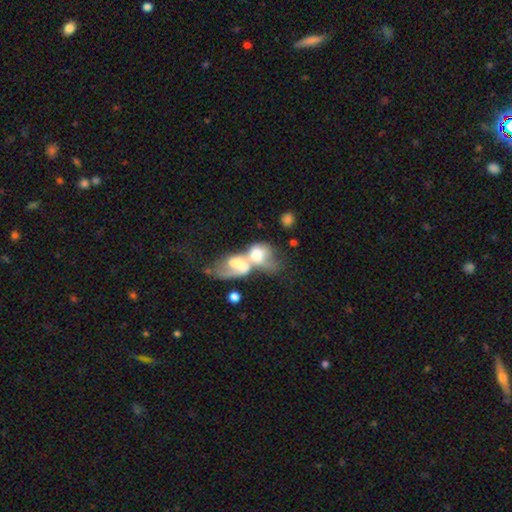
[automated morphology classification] This appears to be a featured or disk galaxy (52%). Merging: merger (77%).